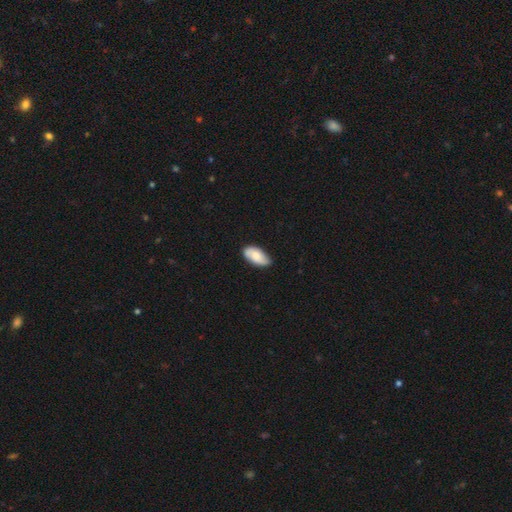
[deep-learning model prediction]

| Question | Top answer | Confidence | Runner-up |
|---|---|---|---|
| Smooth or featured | smooth | 67% | featured or disk (26%) |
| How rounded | in between | 92% | cigar-shaped (5%) |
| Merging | none | 77% | minor disturbance (19%) |